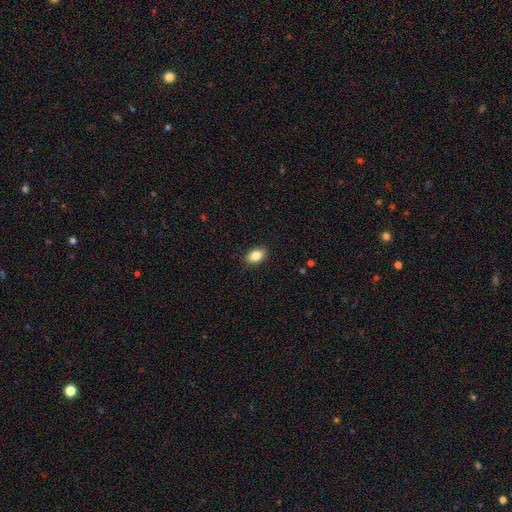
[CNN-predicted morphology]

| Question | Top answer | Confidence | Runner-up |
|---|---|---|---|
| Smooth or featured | smooth | 84% | star or artifact (8%) |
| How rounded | in between | 87% | round (11%) |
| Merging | none | 88% | minor disturbance (9%) |